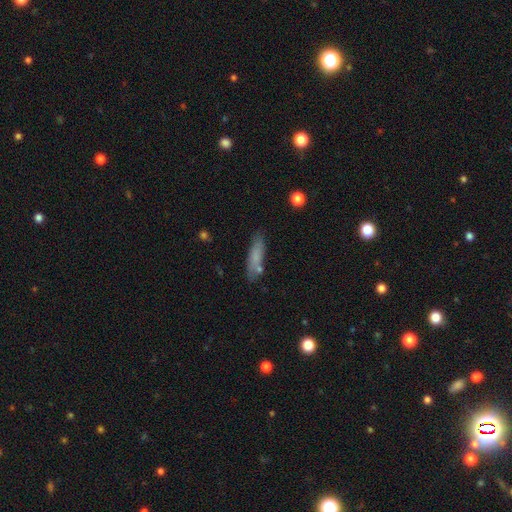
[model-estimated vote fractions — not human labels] Overall: smooth (77%). How rounded: cigar-shaped (65%; in between 33%). Merging: none (73%).